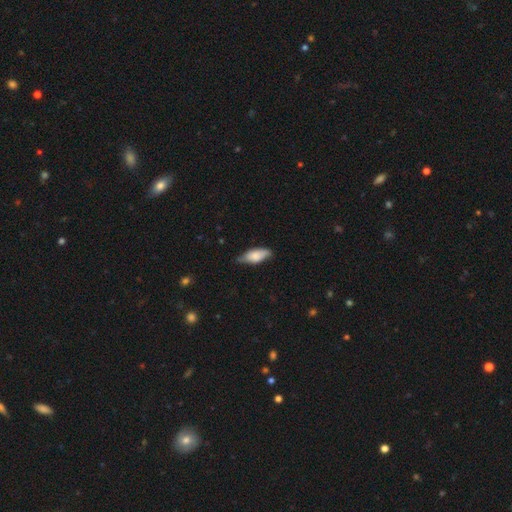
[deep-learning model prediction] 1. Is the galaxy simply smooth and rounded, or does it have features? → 73% smooth, 21% featured or disk, 6% star or artifact.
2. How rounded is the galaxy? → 78% in between, 20% cigar-shaped, 2% round.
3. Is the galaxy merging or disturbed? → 65% none, 29% minor disturbance, 4% major disturbance, 1% merger.